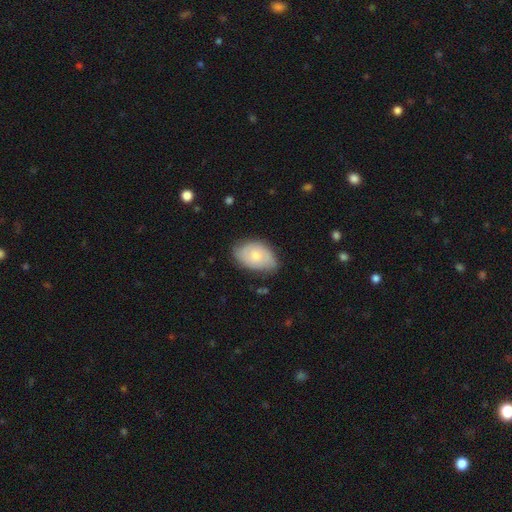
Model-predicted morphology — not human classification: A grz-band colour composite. It shows a smooth galaxy with no disk features (54%) that is in between round and cigar-shaped (89%). Merging: none (67%).